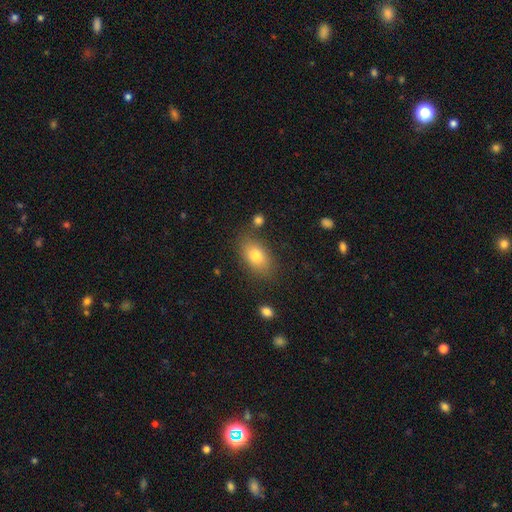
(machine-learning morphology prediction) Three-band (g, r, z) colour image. It shows a smooth galaxy with no disk features (79%) that is in between round and cigar-shaped (86%). Merging: none (78%).